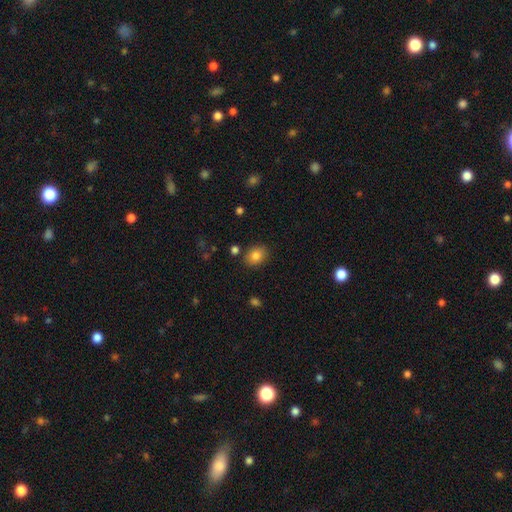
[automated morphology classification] Smooth or featured? smooth (82%)
How rounded? in between (54%)
Merging? none (84%)